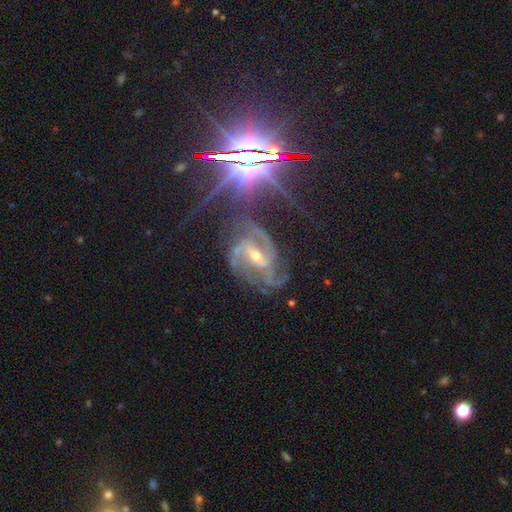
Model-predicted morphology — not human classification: Smooth or featured?
  - featured or disk: 82% *
  - star or artifact: 14%
  - smooth: 4%
Edge-on disk?
  - no: 97% *
  - yes: 3%
Bar?
  - weak: 39% *
  - strong: 37%
  - no: 24%
Spiral arms?
  - yes: 97% *
  - no: 3%
Spiral winding?
  - medium: 52% *
  - tight: 32%
  - loose: 16%
Spiral arm count?
  - 2: 31% * (tied)
  - 3: 31% * (tied)
  - can't tell: 15%
  - 4: 11%
  - more than 4: 6%
  - 1: 6%
Bulge size?
  - small: 48% * (tied)
  - moderate: 48% * (tied)
  - large: 2%
  - none: 1%
  - dominant: 1%
Merging?
  - none: 59% *
  - minor disturbance: 20%
  - major disturbance: 17%
  - merger: 4%